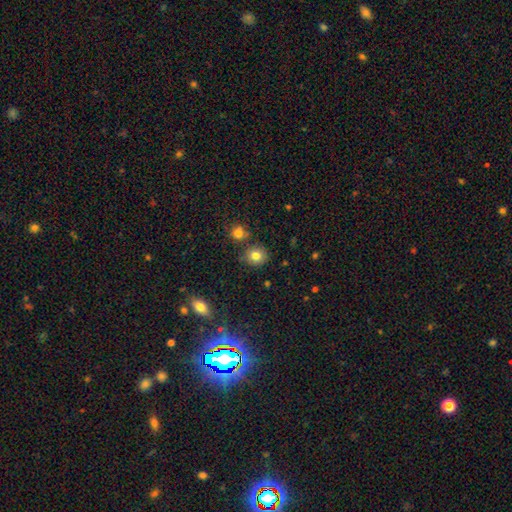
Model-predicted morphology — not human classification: Overall: smooth (81%). How rounded: round (85%). Merging: none (79%).